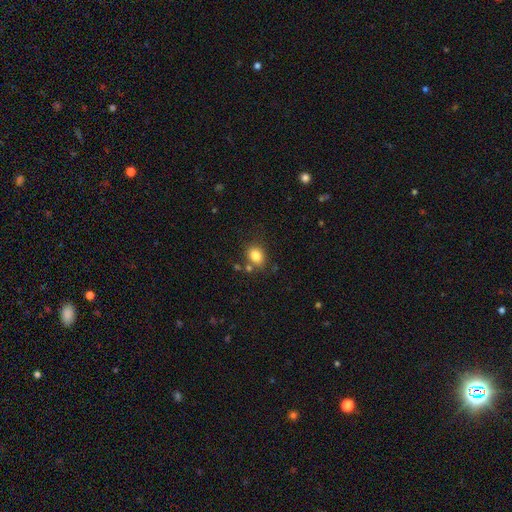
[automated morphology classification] smooth 83%, star or artifact 10%, featured or disk 7%. Down the decision tree: how rounded — in between (54%); merging — none (73%).